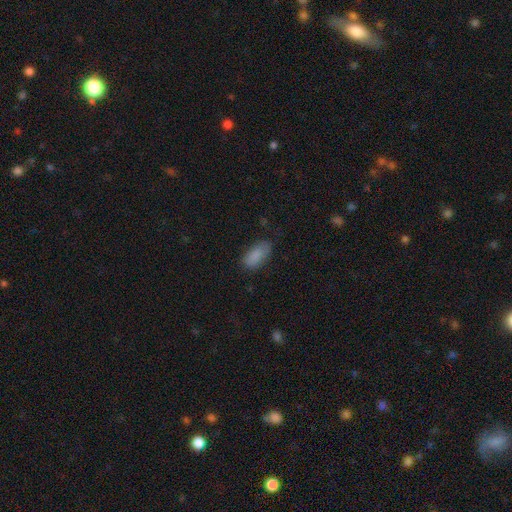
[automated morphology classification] A smooth galaxy with no disk features (86%) that is in between round and cigar-shaped (90%). Merging: none (73%).